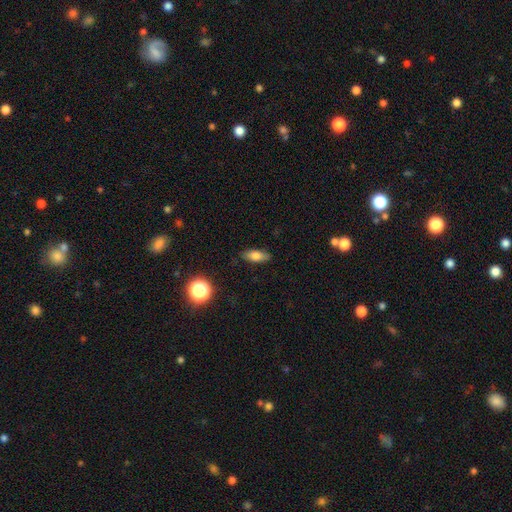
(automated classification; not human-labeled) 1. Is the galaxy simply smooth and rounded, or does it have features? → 75% smooth, 15% featured or disk, 9% star or artifact.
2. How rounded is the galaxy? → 73% in between, 22% cigar-shaped, 5% round.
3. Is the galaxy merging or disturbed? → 85% none, 11% minor disturbance, 2% major disturbance, 1% merger.